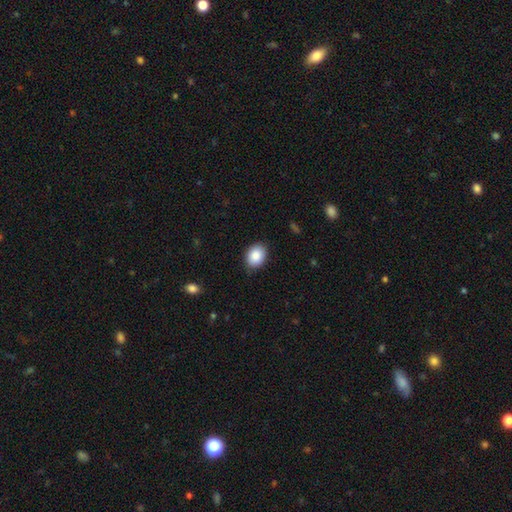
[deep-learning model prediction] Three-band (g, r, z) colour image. It shows a smooth galaxy with no disk features (88%) that is in between round and cigar-shaped (65%). Merging: none (85%).